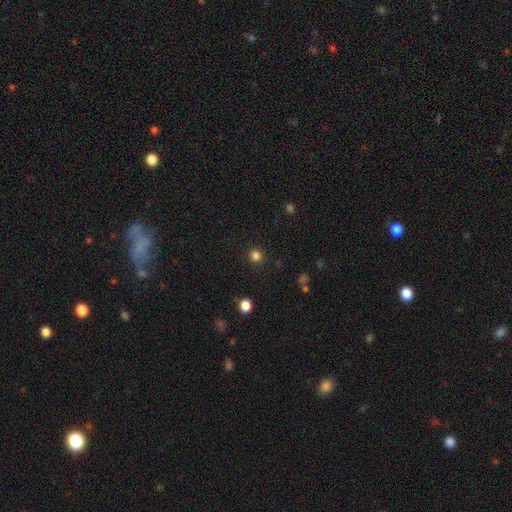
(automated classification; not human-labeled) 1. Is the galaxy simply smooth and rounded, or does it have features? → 82% smooth, 14% star or artifact, 4% featured or disk.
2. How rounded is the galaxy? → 91% round, 8% in between, 1% cigar-shaped.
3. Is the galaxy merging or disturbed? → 90% none, 6% minor disturbance, 2% major disturbance, 1% merger.